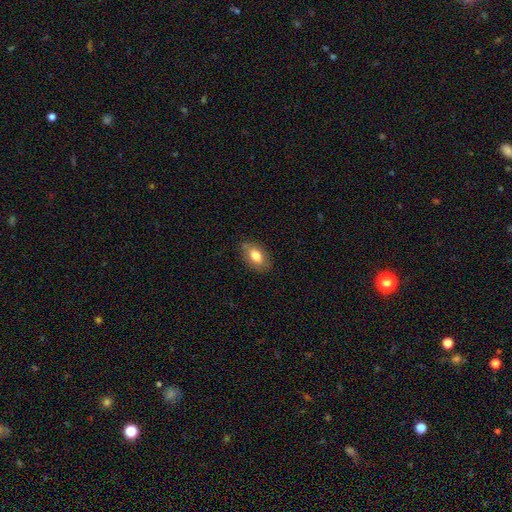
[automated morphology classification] smooth-or-featured: smooth: 77% | featured or disk: 16% | star or artifact: 7%
  how-rounded: in between: 89% | round: 8% | cigar-shaped: 3%
  merging: none: 79% | minor disturbance: 16% | major disturbance: 3% | merger: 1%